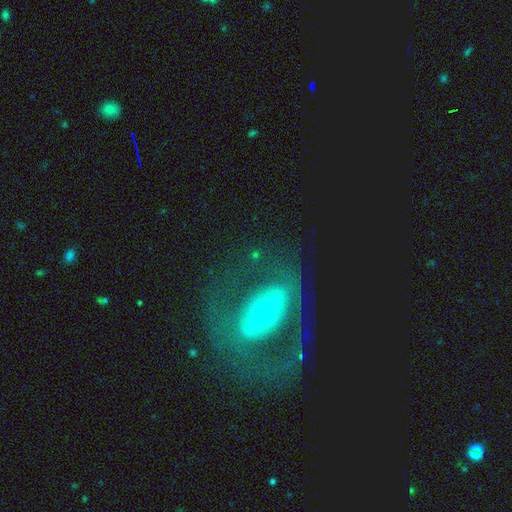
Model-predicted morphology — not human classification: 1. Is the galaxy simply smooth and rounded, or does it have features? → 65% featured or disk, 22% smooth, 13% star or artifact.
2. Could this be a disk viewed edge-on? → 81% no, 19% yes.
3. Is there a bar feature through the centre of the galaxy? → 49% strong, 27% weak, 24% no.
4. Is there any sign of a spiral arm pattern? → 52% yes, 48% no.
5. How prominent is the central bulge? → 69% moderate, 19% small, 8% large, 2% dominant, 2% none.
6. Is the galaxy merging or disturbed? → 69% none, 14% minor disturbance, 13% major disturbance, 4% merger.